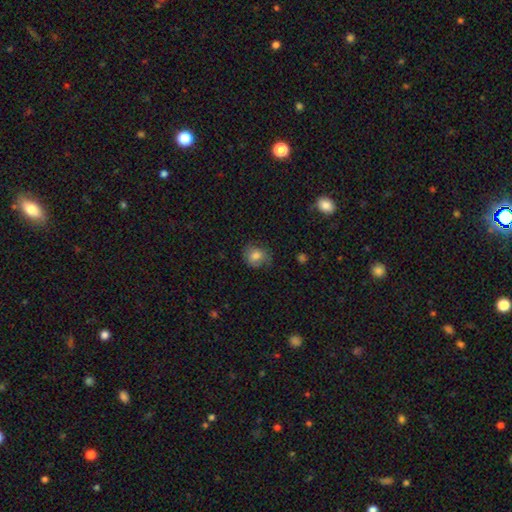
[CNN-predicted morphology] Smooth or featured?
  - smooth: 77% *
  - featured or disk: 13%
  - star or artifact: 10%
How rounded?
  - round: 69% *
  - in between: 30%
  - cigar-shaped: 1%
Merging?
  - none: 68% *
  - minor disturbance: 23%
  - major disturbance: 7%
  - merger: 1%